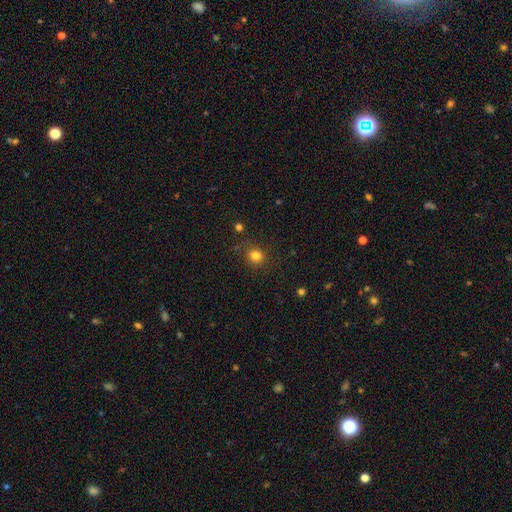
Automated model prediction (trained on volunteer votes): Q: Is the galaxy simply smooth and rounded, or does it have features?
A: smooth — 81%.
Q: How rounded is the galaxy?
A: round — 82%.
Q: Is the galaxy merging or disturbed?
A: none — 83%.